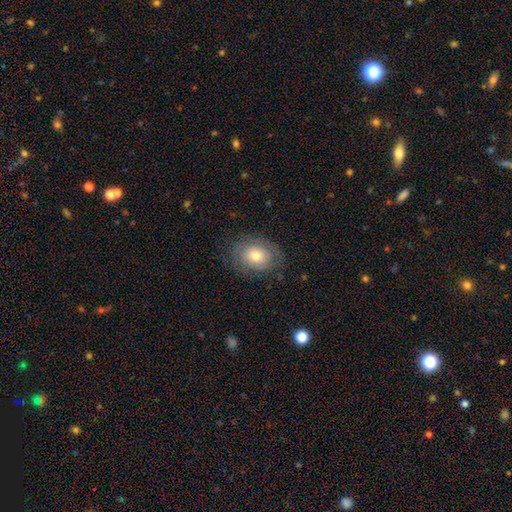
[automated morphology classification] This appears to be a smooth galaxy with no disk features (65%) that is in between round and cigar-shaped (61%). Merging: none (77%).